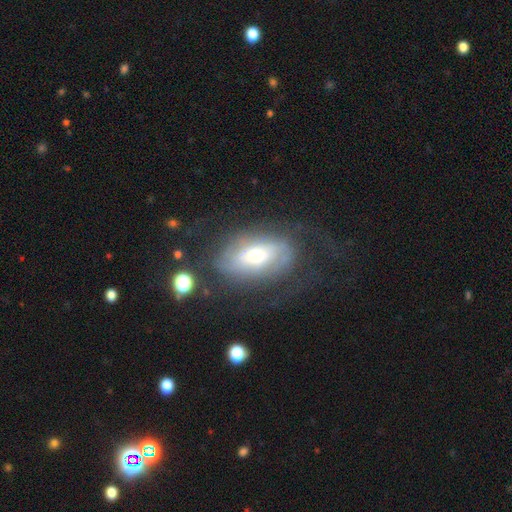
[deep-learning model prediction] A featured or disk galaxy (65%) with no bar (65%), spiral arms (73%) and a moderate central bulge (58%). Merging: none (55%).